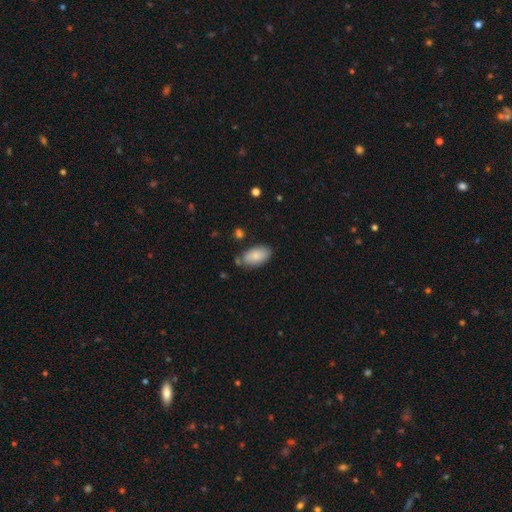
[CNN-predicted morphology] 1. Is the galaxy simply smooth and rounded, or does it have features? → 84% smooth, 10% featured or disk, 6% star or artifact.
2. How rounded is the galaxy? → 94% in between, 3% round, 3% cigar-shaped.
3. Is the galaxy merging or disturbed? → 72% none, 19% minor disturbance, 5% merger, 4% major disturbance.